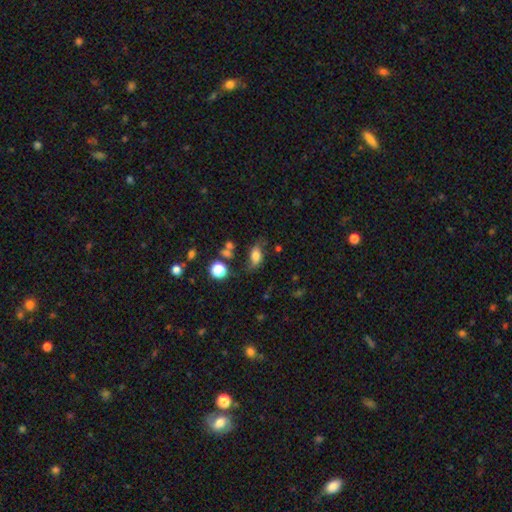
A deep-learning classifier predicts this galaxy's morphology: Smooth or featured? smooth (63%)
How rounded? in between (82%)
Merging? none (58%)